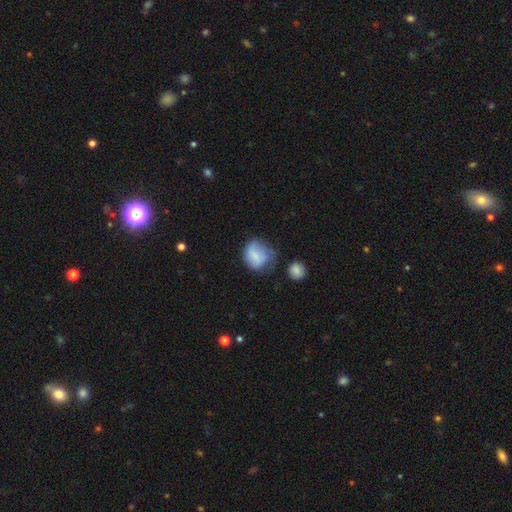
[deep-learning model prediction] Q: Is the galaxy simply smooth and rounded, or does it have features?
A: smooth — 71%.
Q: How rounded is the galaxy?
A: round — 68%.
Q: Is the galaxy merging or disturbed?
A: none — 40%.